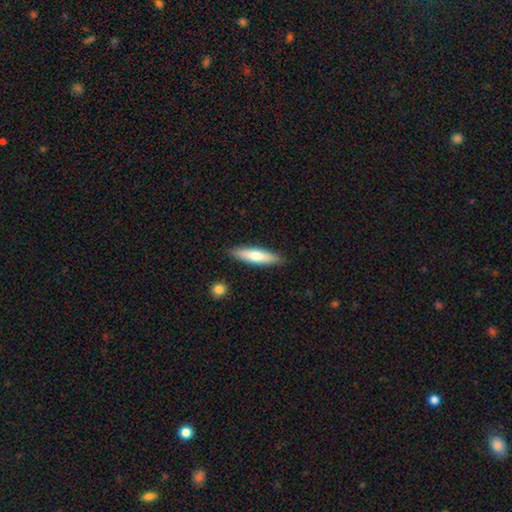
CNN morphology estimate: Smooth or featured? Predicted: smooth (p=0.64). How rounded? Predicted: cigar-shaped (p=0.73). Merging? Predicted: none (p=0.87).